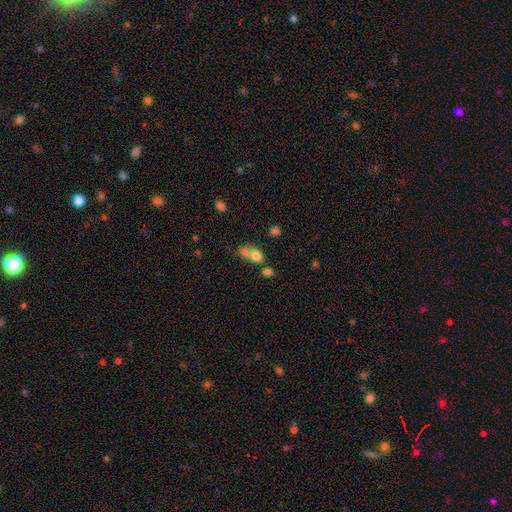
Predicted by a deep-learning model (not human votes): Smooth or featured?
  - smooth: 74% *
  - featured or disk: 15%
  - star or artifact: 12%
How rounded?
  - in between: 52% *
  - round: 45%
  - cigar-shaped: 3%
Merging?
  - merger: 60% *
  - none: 25%
  - minor disturbance: 9%
  - major disturbance: 6%